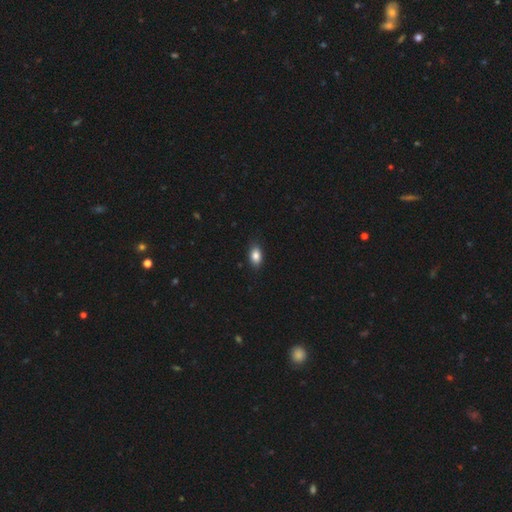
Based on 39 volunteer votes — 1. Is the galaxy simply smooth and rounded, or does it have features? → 92% smooth, 5% star or artifact, 3% featured or disk.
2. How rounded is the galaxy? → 78% in between, 17% round, 6% cigar-shaped.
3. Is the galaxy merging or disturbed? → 84% none, 11% minor disturbance, 3% major disturbance, 3% merger.